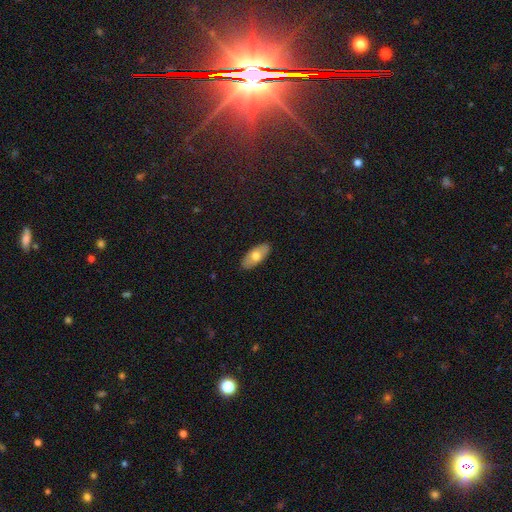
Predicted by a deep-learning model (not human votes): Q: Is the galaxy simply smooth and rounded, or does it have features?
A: smooth — 66%.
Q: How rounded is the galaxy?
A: in between — 89%.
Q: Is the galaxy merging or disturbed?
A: none — 89%.